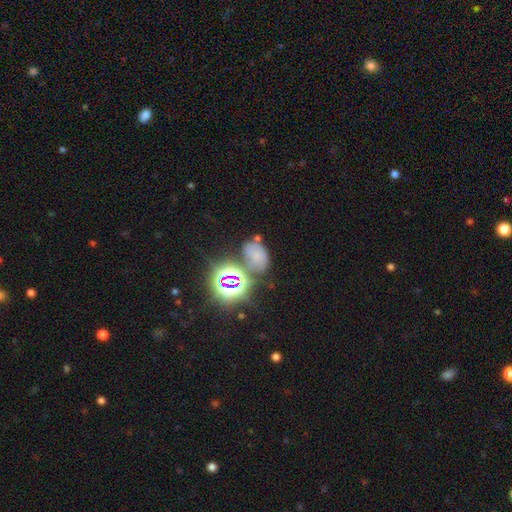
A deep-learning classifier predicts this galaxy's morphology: Smooth or featured: smooth — 45% (star or artifact — 39%)
Merging: none — 49% (minor disturbance — 21%)